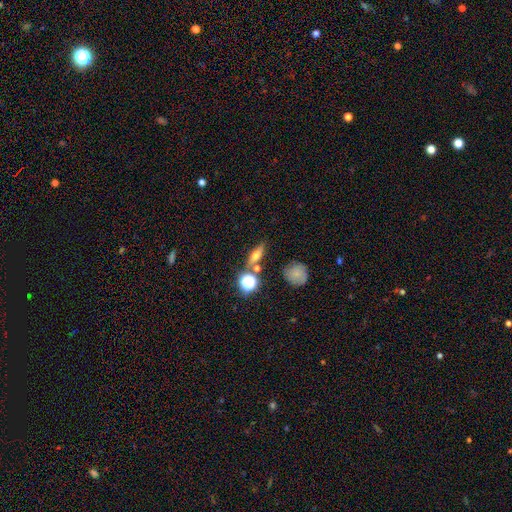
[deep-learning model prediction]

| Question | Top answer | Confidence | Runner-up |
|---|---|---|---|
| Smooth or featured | smooth | 52% | featured or disk (32%) |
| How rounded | in between | 42% | cigar-shaped (39%) |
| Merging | none | 76% | minor disturbance (11%) |